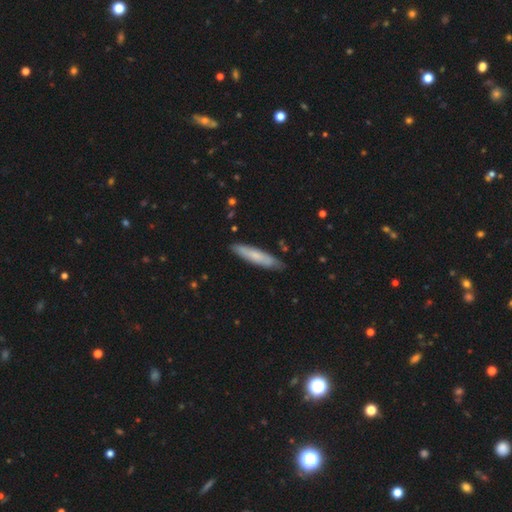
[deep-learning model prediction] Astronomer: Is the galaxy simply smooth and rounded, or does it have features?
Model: smooth — 66%.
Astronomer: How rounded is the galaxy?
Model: cigar-shaped — 85%.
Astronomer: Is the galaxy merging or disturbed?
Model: none — 84%.